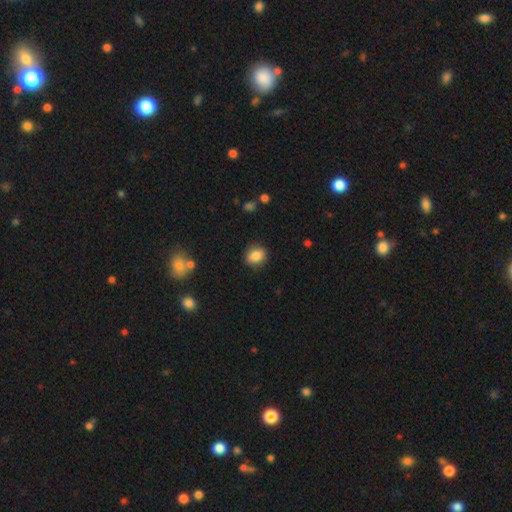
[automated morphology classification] Overall: smooth (84%). How rounded: round (65%; in between 34%). Merging: none (86%).